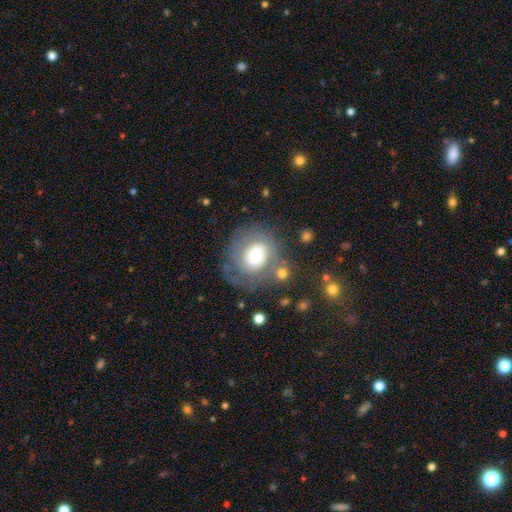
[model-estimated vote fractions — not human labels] This is possibly a smooth galaxy (53%). How rounded: likely round (79%). Merging: possibly none (60%).